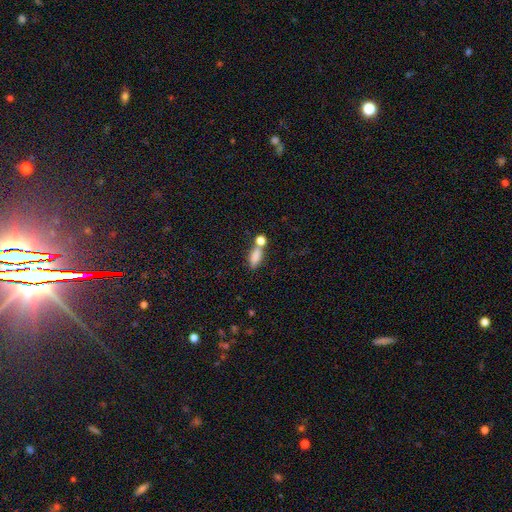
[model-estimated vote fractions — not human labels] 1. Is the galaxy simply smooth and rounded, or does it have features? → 81% smooth, 10% star or artifact, 9% featured or disk.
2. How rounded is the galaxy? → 72% in between, 19% cigar-shaped, 8% round.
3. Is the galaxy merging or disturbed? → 42% none, 40% merger, 12% minor disturbance, 6% major disturbance.